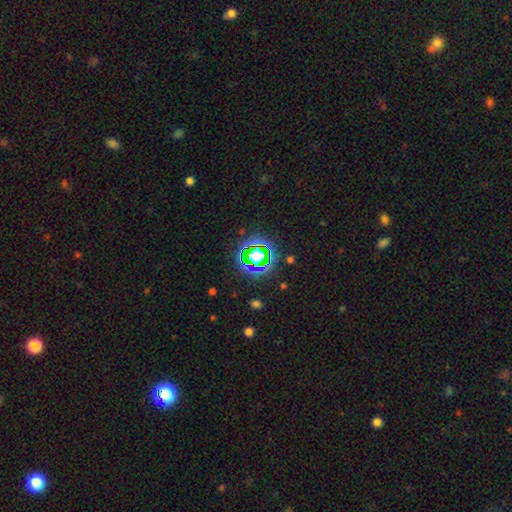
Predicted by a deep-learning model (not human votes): The model was most divided on "smooth or featured": star or artifact: 64%, smooth: 23%, featured or disk: 12%.